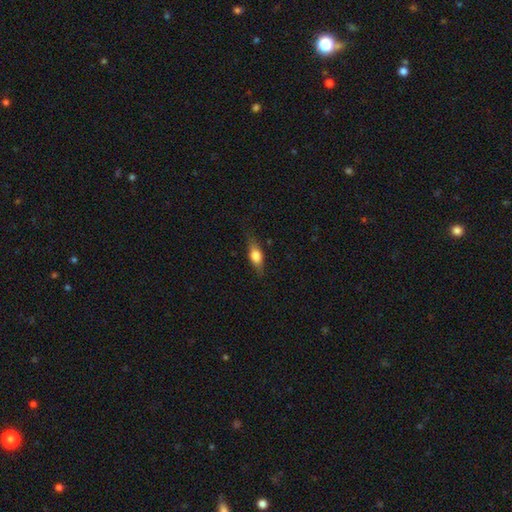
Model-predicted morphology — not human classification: smooth 65%, featured or disk 28%, star or artifact 8%. Down the decision tree: how rounded — in between (68%); merging — none (76%).